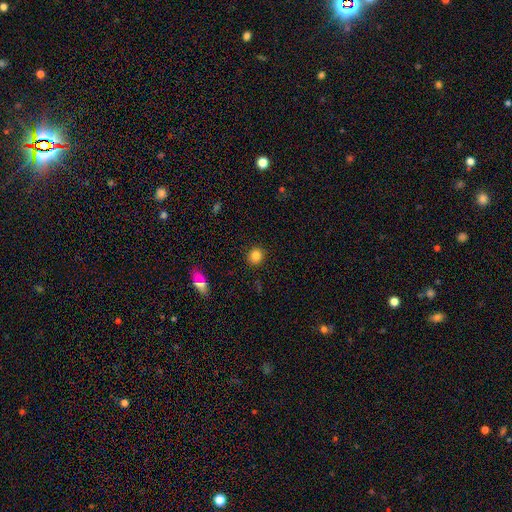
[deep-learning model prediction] Q: Smooth or featured?
A: smooth (84%); runner-up: star or artifact (11%)
Q: How rounded?
A: round (83%); runner-up: in between (16%)
Q: Merging?
A: none (91%); runner-up: minor disturbance (6%)